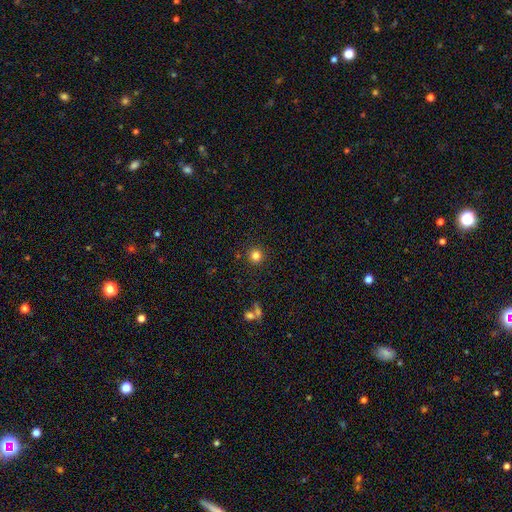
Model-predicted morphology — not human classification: Smooth or featured? Predicted: smooth (p=0.81). How rounded? Predicted: round (p=0.95). Merging? Predicted: none (p=0.90).